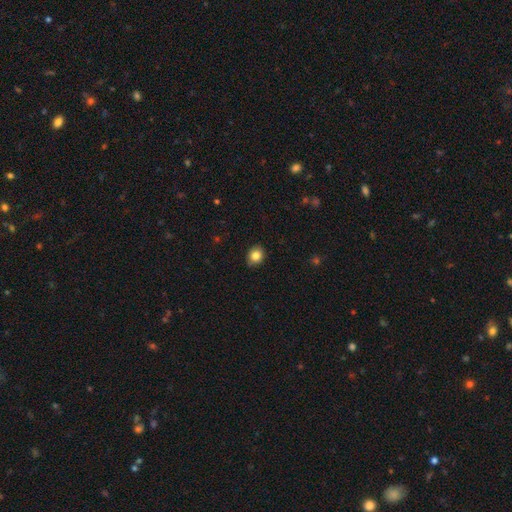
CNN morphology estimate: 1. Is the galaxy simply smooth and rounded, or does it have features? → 83% smooth, 10% star or artifact, 7% featured or disk.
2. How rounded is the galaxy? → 65% round, 34% in between, 1% cigar-shaped.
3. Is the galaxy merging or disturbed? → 85% none, 12% minor disturbance, 2% major disturbance, 1% merger.